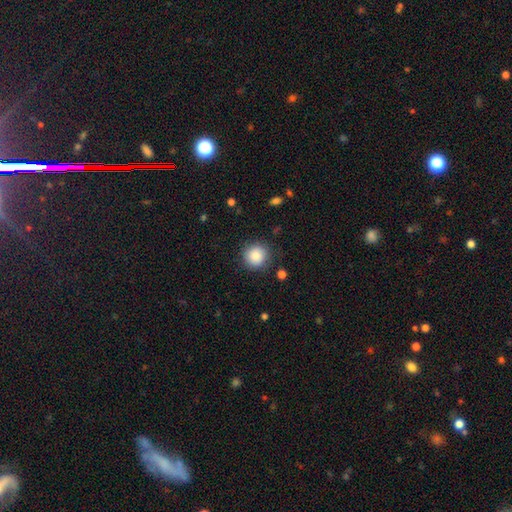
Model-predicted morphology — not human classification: A smooth galaxy with no disk features (86%) that is round (93%). Merging: none (86%).